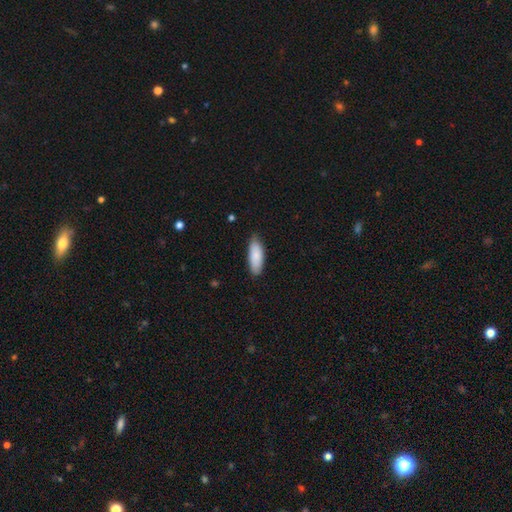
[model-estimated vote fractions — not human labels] The model was most divided on "how rounded": in between: 73%, cigar-shaped: 26%, round: 2%. More confident: smooth or featured — smooth (86%); merging — none (81%).